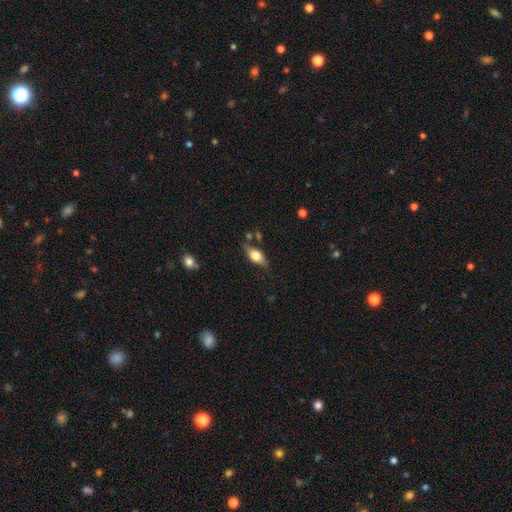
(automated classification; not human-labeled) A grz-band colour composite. It shows a smooth galaxy with no disk features (60%) that is in between round and cigar-shaped (80%). Merging: none (71%).